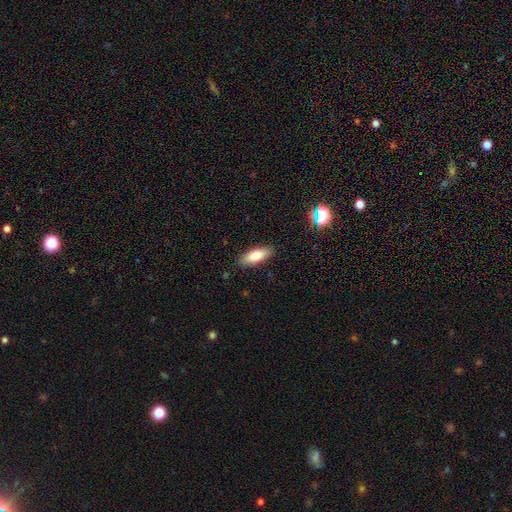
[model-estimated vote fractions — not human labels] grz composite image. It shows a smooth galaxy with no disk features (76%) that is in between round and cigar-shaped (67%). Merging: none (88%).